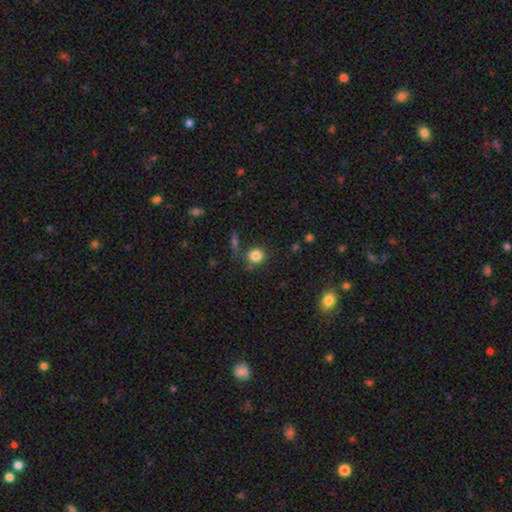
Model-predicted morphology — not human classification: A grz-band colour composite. It shows a smooth galaxy with no disk features (83%) that is round (83%). Merging: none (77%).